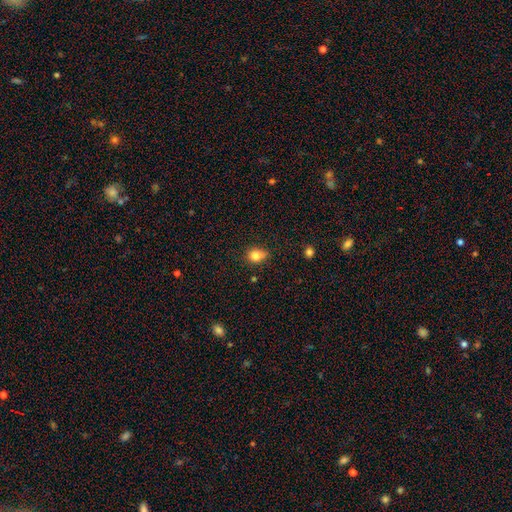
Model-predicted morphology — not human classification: Q: Smooth or featured?
A: smooth (81%); runner-up: star or artifact (11%)
Q: How rounded?
A: round (51%); runner-up: in between (47%)
Q: Merging?
A: none (64%); runner-up: minor disturbance (28%)